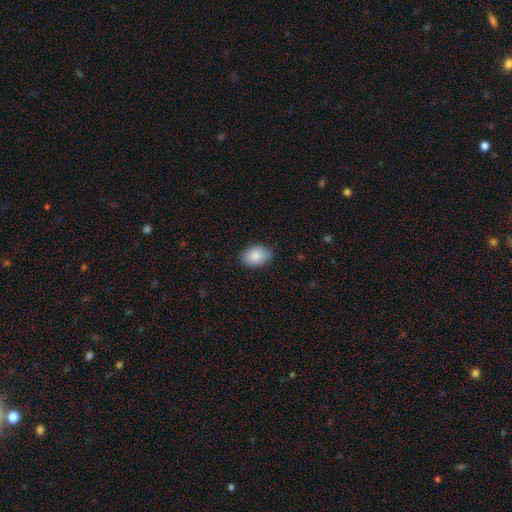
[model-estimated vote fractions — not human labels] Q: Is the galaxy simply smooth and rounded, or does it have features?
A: smooth — 87%.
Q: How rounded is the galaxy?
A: in between — 86%.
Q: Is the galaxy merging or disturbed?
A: none — 85%.